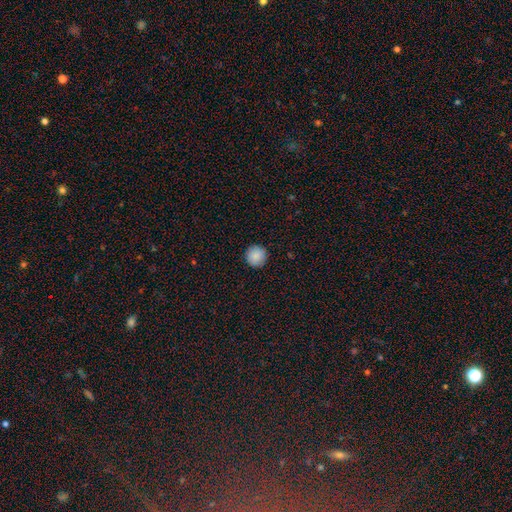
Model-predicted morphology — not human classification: A smooth galaxy with no disk features (89%) that is round (96%).

Vote fractions:
- Smooth or featured? smooth: 89% / star or artifact: 8% / featured or disk: 3%
- How rounded? round: 96% / in between: 4% / cigar-shaped: 1%
- Merging? none: 92% / minor disturbance: 5% / major disturbance: 2% / merger: 1%